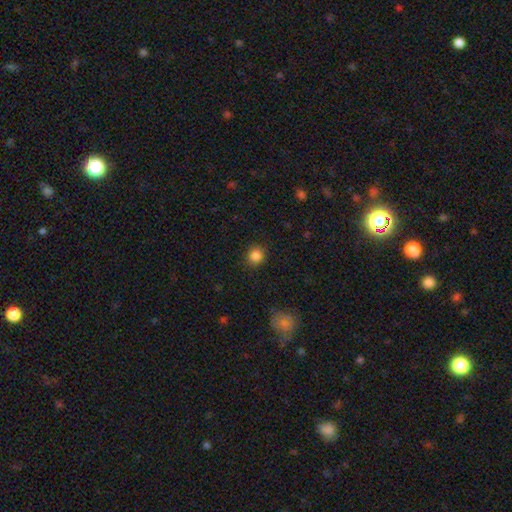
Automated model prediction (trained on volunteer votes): A smooth galaxy with no disk features (85%) that is round (87%). Merging: none (89%).